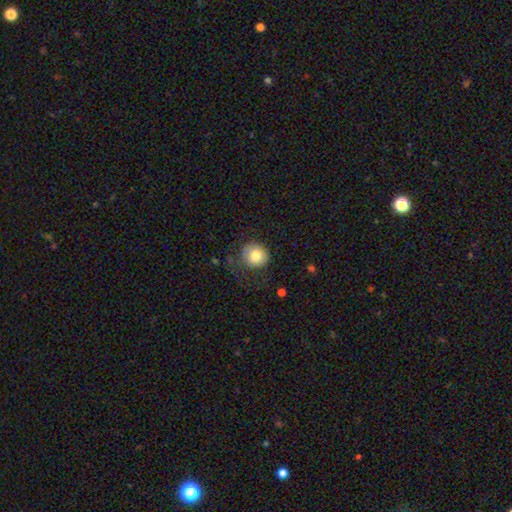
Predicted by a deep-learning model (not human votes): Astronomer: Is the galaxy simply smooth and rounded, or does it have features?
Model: smooth — 81%.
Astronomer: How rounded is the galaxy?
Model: round — 91%.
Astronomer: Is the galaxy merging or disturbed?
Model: none — 68%.